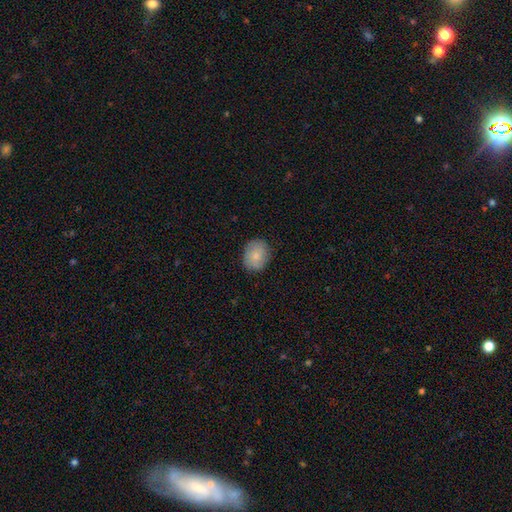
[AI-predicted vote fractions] Overall: smooth (81%). How rounded: round (56%; in between 43%). Merging: none (83%).